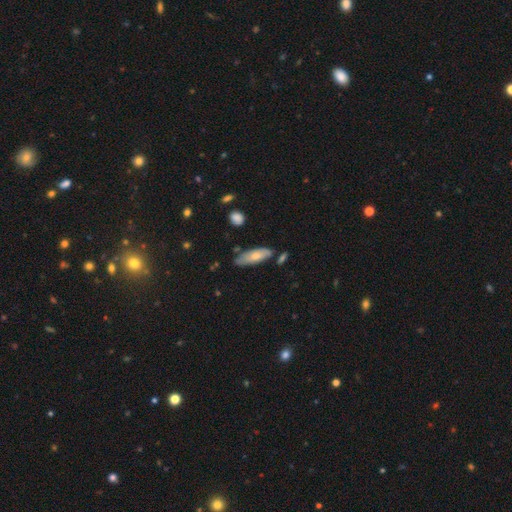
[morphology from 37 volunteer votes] smooth 62%, featured or disk 32%, star or artifact 5%. Down the decision tree: how rounded — in between (78%); merging — none (60%).